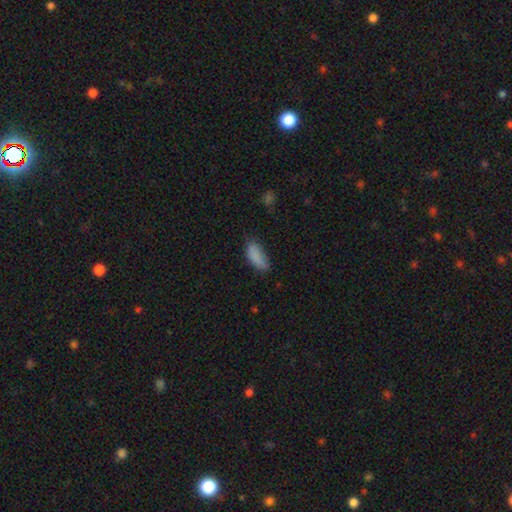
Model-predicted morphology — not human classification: A smooth galaxy with no disk features (84%) that is in between round and cigar-shaped (84%). Merging: none (57%).